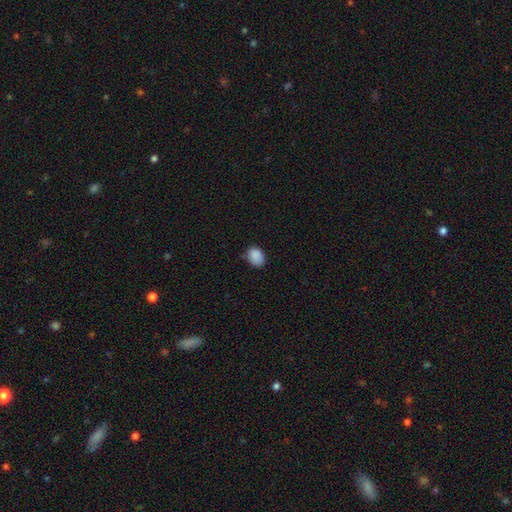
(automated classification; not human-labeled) A smooth galaxy with no disk features (87%) that is in between round and cigar-shaped (69%).

Vote fractions:
- Smooth or featured? smooth: 87% / star or artifact: 9% / featured or disk: 4%
- How rounded? in between: 69% / round: 30% / cigar-shaped: 1%
- Merging? none: 65% / minor disturbance: 28% / major disturbance: 5% / merger: 2%